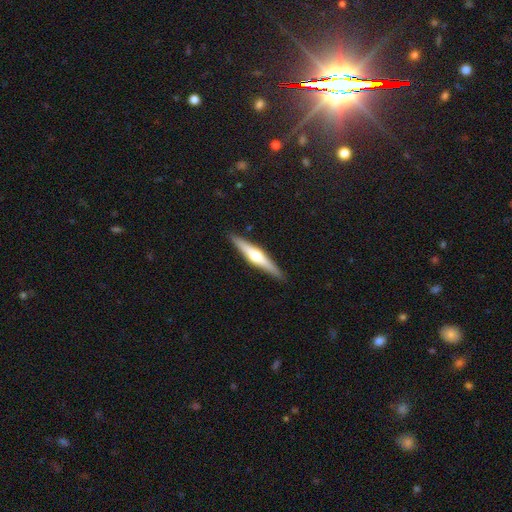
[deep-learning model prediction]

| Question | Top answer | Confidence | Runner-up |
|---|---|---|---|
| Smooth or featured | featured or disk | 64% | smooth (31%) |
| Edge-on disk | yes | 97% | no (3%) |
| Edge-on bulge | rounded | 93% | none (4%) |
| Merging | none | 91% | minor disturbance (7%) |